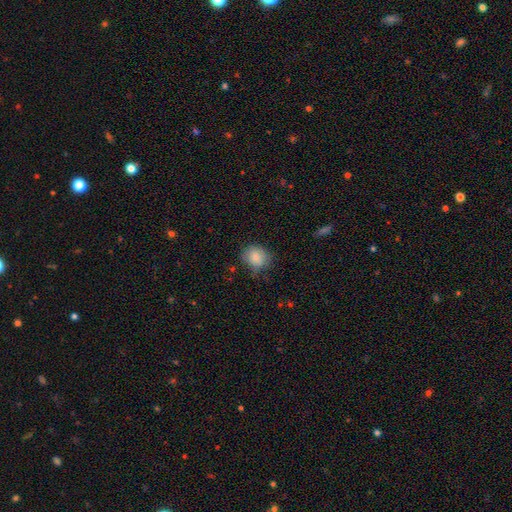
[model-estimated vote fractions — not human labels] Morphology: type=smooth (81%); roundness=round (68%); merging=none (74%).